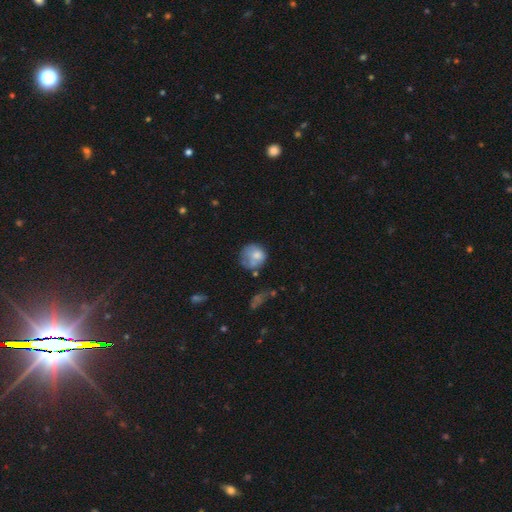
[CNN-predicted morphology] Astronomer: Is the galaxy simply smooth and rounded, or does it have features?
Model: smooth — 69%.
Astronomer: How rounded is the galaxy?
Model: round — 79%.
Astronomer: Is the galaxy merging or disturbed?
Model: none — 44% (runner-up: minor disturbance, 29%).